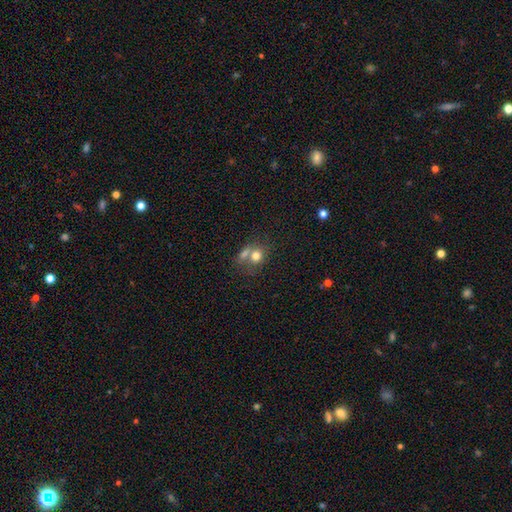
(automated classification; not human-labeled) Smooth or featured: smooth — 74% (featured or disk — 15%)
How rounded: round — 64% (in between — 35%)
Merging: merger — 49% (none — 35%)